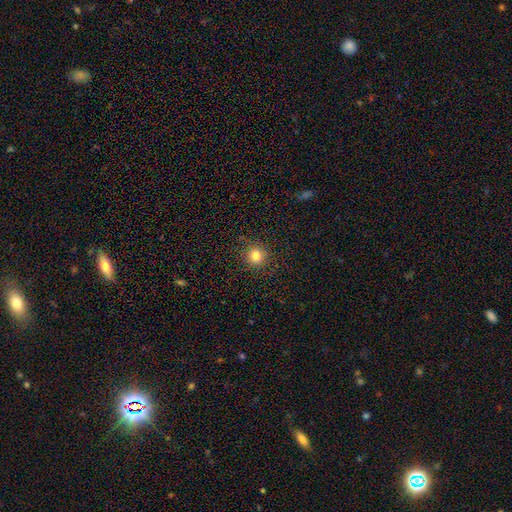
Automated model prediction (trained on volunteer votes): smooth 82%, star or artifact 13%, featured or disk 6%. Down the decision tree: how rounded — round (93%); merging — none (90%).